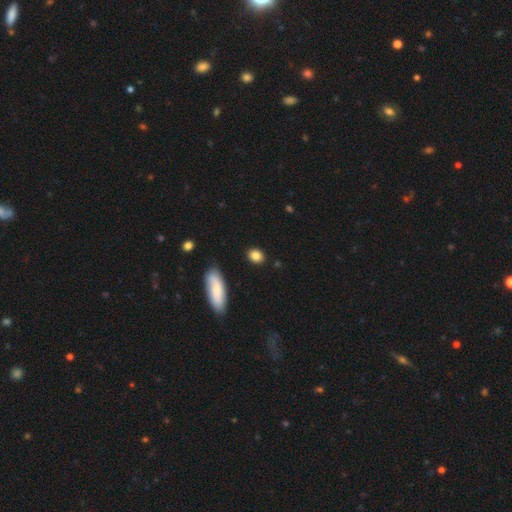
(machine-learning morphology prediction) Smooth or featured? Predicted: smooth (p=0.85). How rounded? Predicted: in between (p=0.57). Merging? Predicted: none (p=0.86).